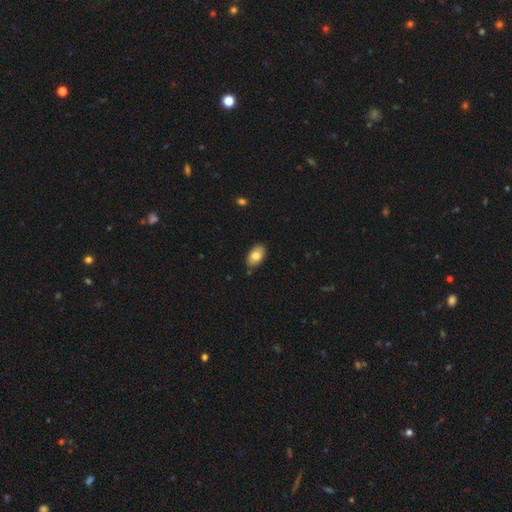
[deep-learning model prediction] Morphology: type=smooth (81%); roundness=in between (93%); merging=none (85%).